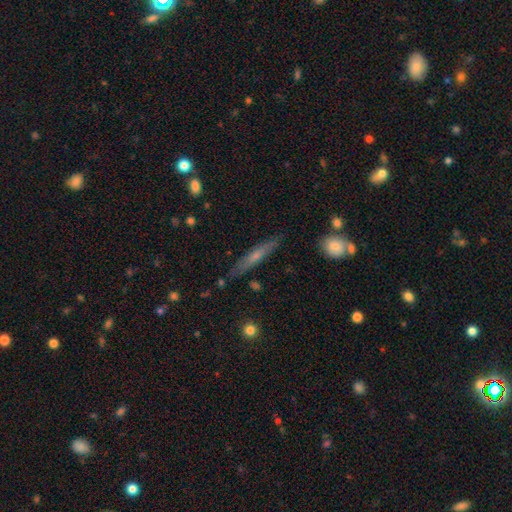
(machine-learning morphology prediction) Smooth or featured?
  - featured or disk: 47% *
  - smooth: 46%
  - star or artifact: 7%
Merging?
  - none: 83% *
  - minor disturbance: 12%
  - merger: 3%
  - major disturbance: 3%